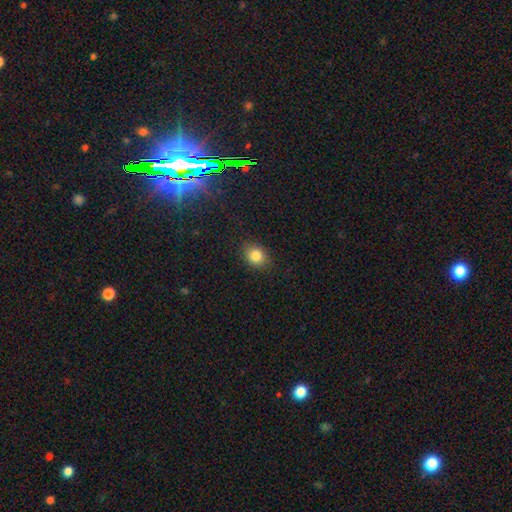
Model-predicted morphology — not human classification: type=smooth (83%); roundness=round (56%); merging=none (87%).